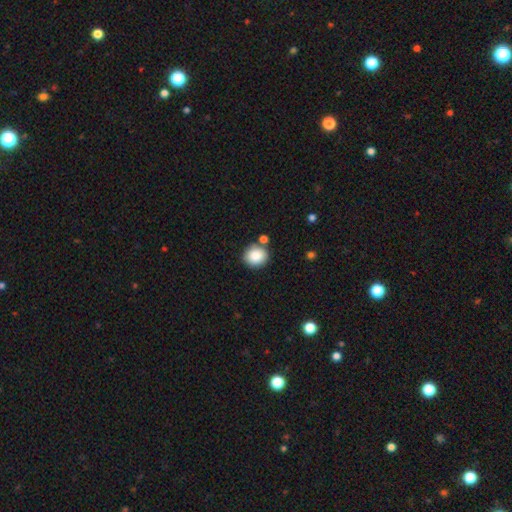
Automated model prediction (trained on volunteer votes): This appears to be a smooth galaxy with no disk features (87%) that is round (79%). Merging: none (76%).